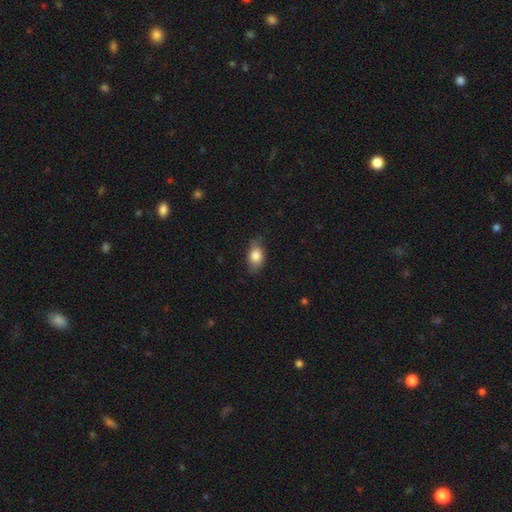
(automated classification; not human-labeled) Smooth or featured? Predicted: smooth (p=0.81). How rounded? Predicted: in between (p=0.85). Merging? Predicted: none (p=0.75).